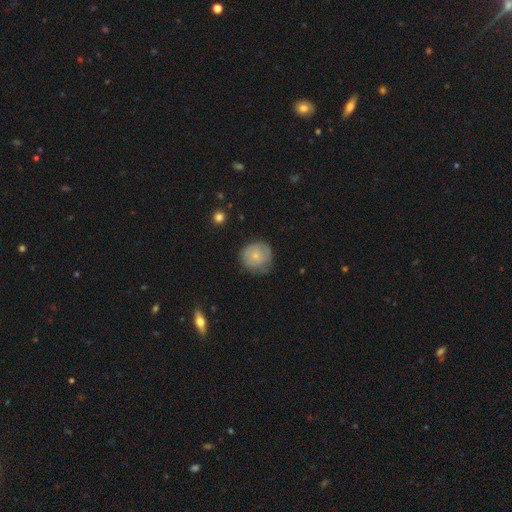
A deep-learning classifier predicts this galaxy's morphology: This is likely a smooth galaxy (65%). How rounded: clearly round (89%). Merging: likely none (63%).